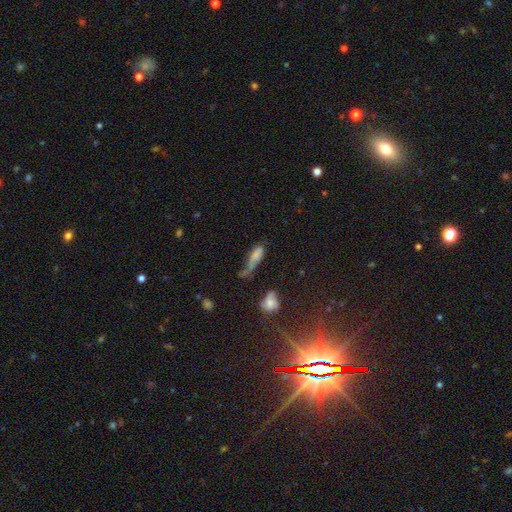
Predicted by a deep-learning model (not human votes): smooth-or-featured: smooth: 65% | featured or disk: 22% | star or artifact: 13%
  how-rounded: in between: 63% | cigar-shaped: 32% | round: 5%
  merging: major disturbance: 34% | minor disturbance: 23% | none: 23% | merger: 19%